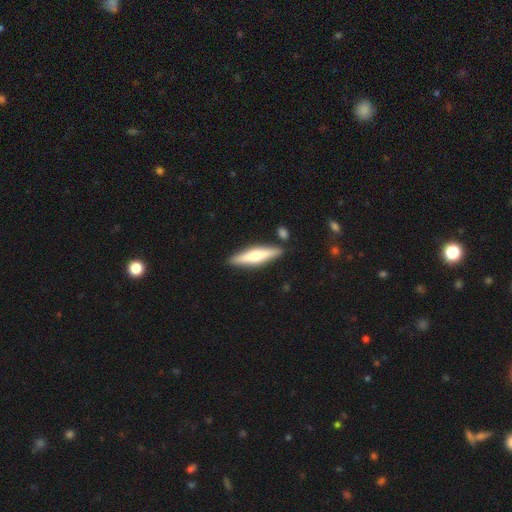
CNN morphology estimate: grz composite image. It shows a smooth galaxy with no disk features (48%). Merging: none (85%).